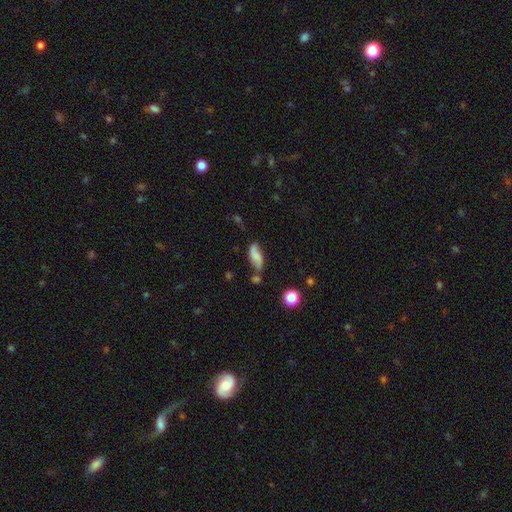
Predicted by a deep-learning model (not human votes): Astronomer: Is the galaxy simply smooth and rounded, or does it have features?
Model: smooth — 57% (runner-up: featured or disk, 33%).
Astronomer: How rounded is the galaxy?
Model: in between — 77%.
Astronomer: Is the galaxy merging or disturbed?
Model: none — 58%.